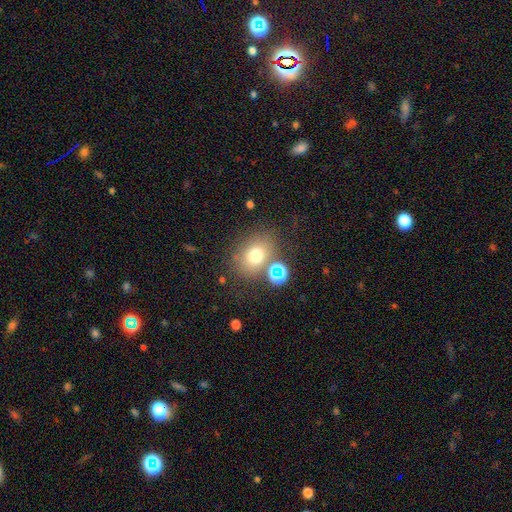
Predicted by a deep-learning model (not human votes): smooth-or-featured: smooth: 72% | star or artifact: 16% | featured or disk: 12%
  how-rounded: round: 51% | in between: 48% | cigar-shaped: 1%
  merging: none: 69% | minor disturbance: 13% | merger: 11% | major disturbance: 6%